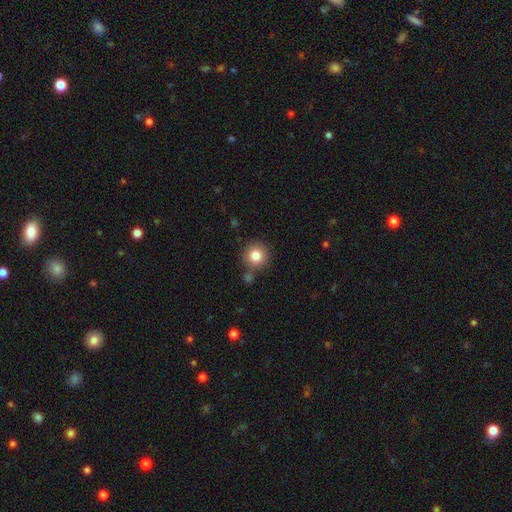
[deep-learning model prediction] Q: Smooth or featured?
A: smooth (82%); runner-up: star or artifact (11%)
Q: How rounded?
A: round (94%); runner-up: in between (5%)
Q: Merging?
A: none (79%); runner-up: minor disturbance (9%)